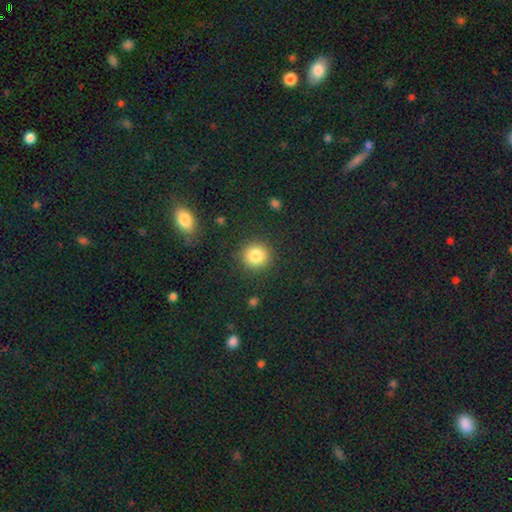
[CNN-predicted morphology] Smooth or featured: smooth — 84% (star or artifact — 11%)
How rounded: round — 90% (in between — 9%)
Merging: none — 88% (minor disturbance — 7%)